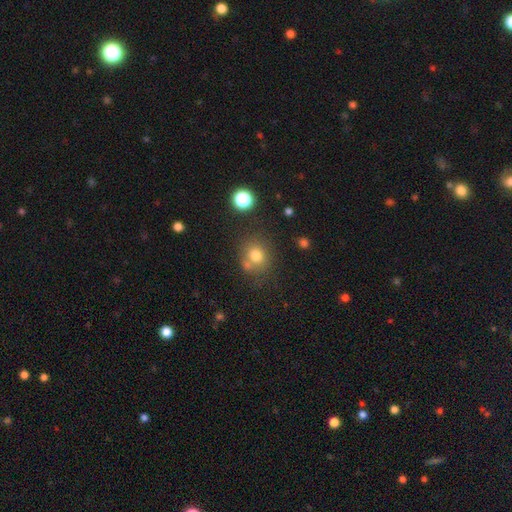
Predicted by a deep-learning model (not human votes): smooth 75%, star or artifact 15%, featured or disk 10%. Down the decision tree: how rounded — round (77%); merging — none (63%).